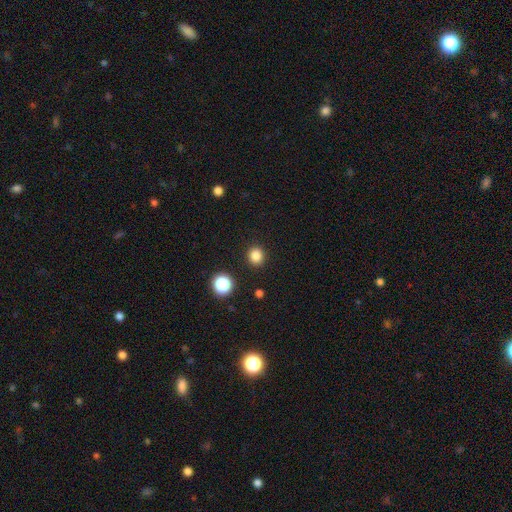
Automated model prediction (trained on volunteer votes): A smooth galaxy with no disk features (83%) that is round (87%). Merging: none (91%).